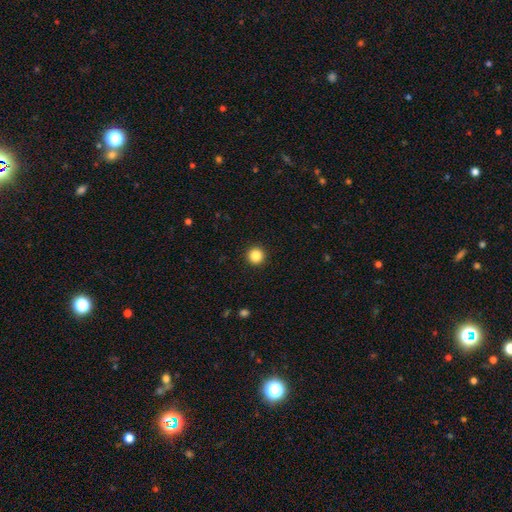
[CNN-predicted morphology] smooth-or-featured: smooth: 86% | star or artifact: 11% | featured or disk: 4%
  how-rounded: round: 96% | in between: 3% | cigar-shaped: 1%
  merging: none: 93% | minor disturbance: 4% | major disturbance: 2% | merger: 1%